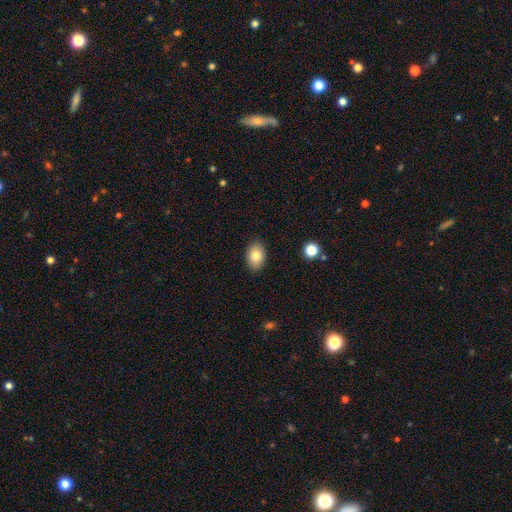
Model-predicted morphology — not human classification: Q: Smooth or featured?
A: smooth (81%); runner-up: featured or disk (10%)
Q: How rounded?
A: in between (84%); runner-up: round (15%)
Q: Merging?
A: none (88%); runner-up: minor disturbance (9%)